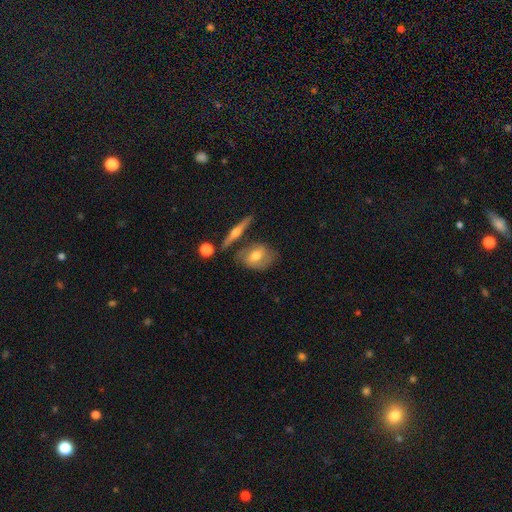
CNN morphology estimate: type=smooth (50%); merging=none (62%).